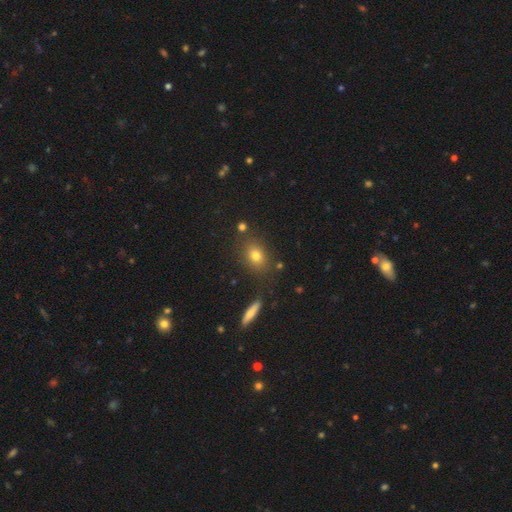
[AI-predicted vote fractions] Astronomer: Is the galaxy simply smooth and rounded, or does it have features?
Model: smooth — 75%.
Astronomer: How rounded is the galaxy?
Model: in between — 64%.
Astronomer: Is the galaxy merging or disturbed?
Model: none — 81%.